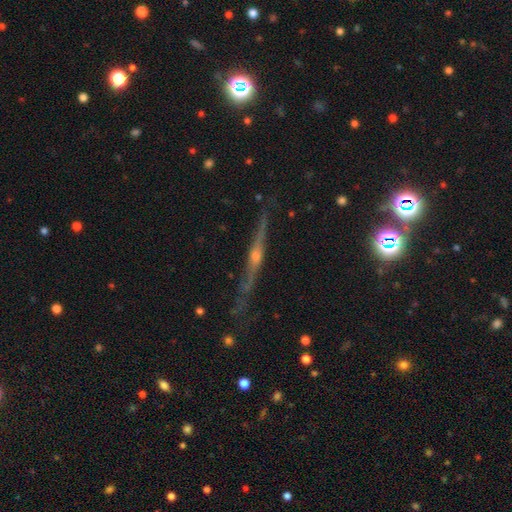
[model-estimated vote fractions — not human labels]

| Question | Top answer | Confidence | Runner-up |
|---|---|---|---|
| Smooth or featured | featured or disk | 81% | smooth (10%) |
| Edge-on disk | yes | 97% | no (3%) |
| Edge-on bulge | rounded | 86% | none (8%) |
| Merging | none | 83% | minor disturbance (12%) |